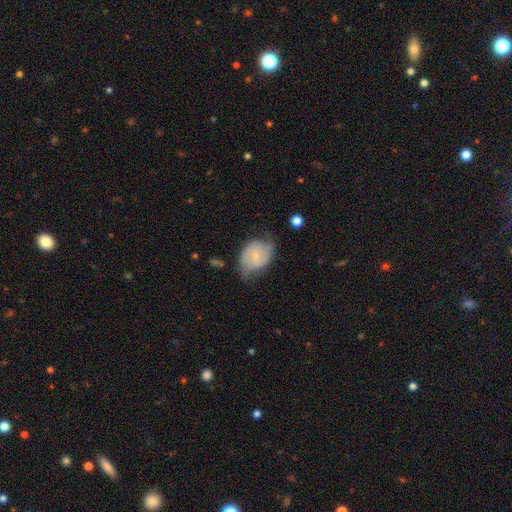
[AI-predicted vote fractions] This appears to be a featured or disk galaxy (53%) with no bar (50%), spiral arms (80%) and a small central bulge (68%). Merging: none (54%).